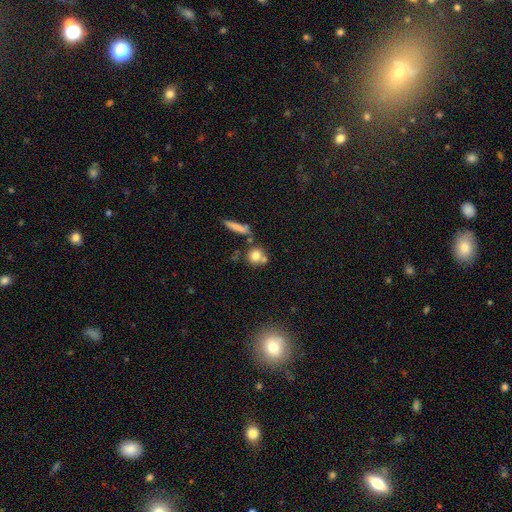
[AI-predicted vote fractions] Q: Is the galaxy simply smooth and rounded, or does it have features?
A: smooth — 75%.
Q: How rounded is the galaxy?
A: round — 78%.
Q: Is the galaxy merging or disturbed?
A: none — 56%.